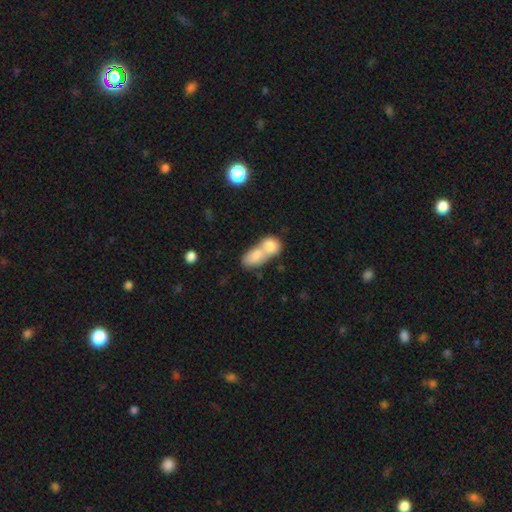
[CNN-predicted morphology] This appears to be a smooth galaxy with no disk features (79%) that is in between round and cigar-shaped (78%). Merging: merger (77%).